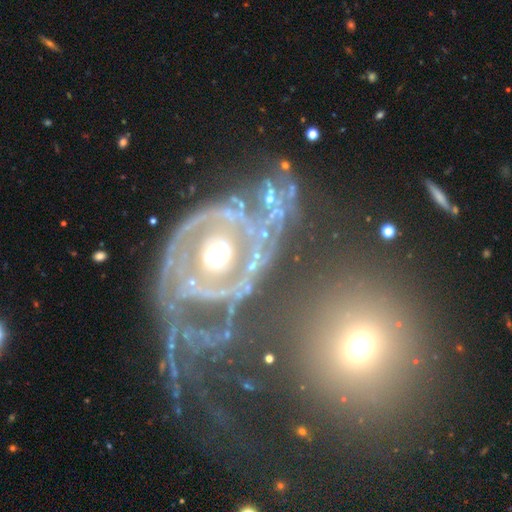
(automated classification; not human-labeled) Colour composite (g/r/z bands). It shows a featured or disk galaxy (81%) with no bar (75%), 2 (40%) tight (51%) spiral arms (80%) and a moderate central bulge (65%). Merging: none (37%).